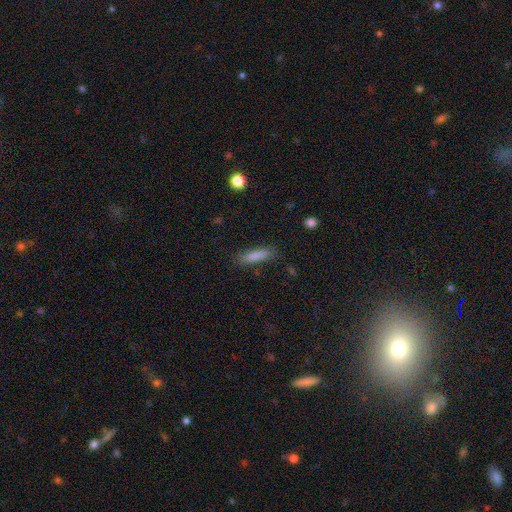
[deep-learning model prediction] Smooth or featured? smooth (84%)
How rounded? cigar-shaped (72%)
Merging? none (83%)